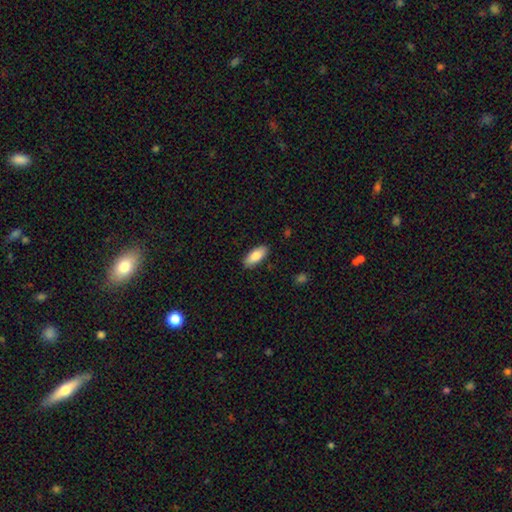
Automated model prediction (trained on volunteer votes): This appears to be a smooth galaxy with no disk features (85%) that is in between round and cigar-shaped (81%). Merging: none (88%).